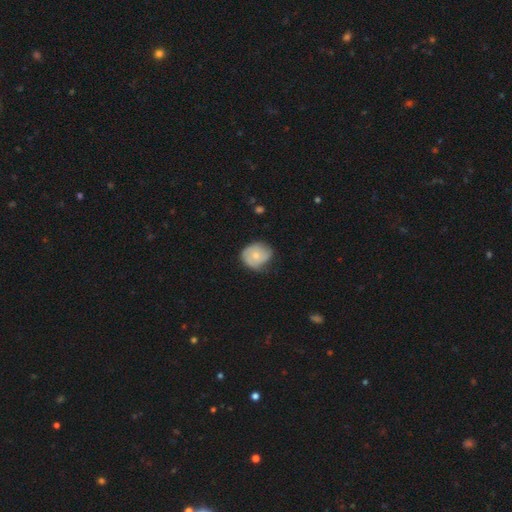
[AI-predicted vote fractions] This is possibly a smooth galaxy (58%). How rounded: likely round (69%). Merging: possibly none (55%).